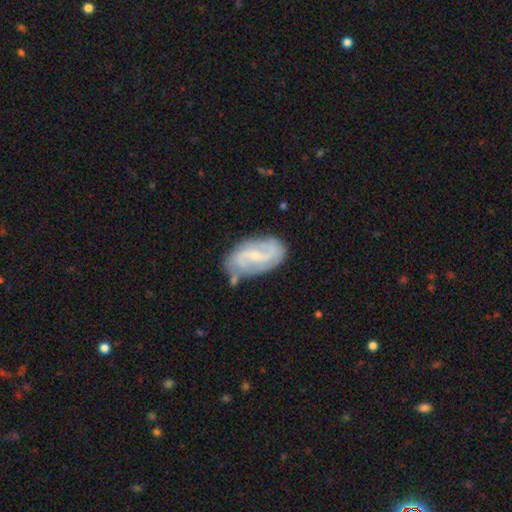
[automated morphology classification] smooth-or-featured: featured or disk: 79% | smooth: 15% | star or artifact: 6%
  disk-edge-on: no: 97% | yes: 3%
    bar: weak: 55% | no: 23% | strong: 22%
    has-spiral-arms: yes: 93% | no: 7%
      spiral-winding: medium: 43% | loose: 35% | tight: 22%
      spiral-arm-count: 2: 79% | can't tell: 10% | 3: 5% | 1: 2% | 4: 2% | more than 4: 2%
    bulge-size: small: 68% | moderate: 21% | none: 9% | large: 1% | dominant: 1%
  merging: none: 67% | minor disturbance: 22% | major disturbance: 6% | merger: 5%